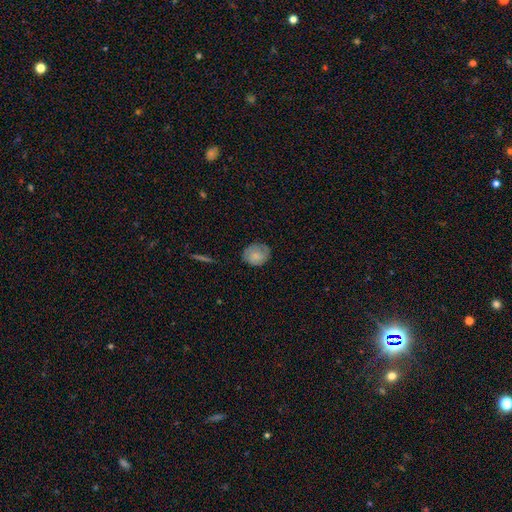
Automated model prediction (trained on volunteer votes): This appears to be a smooth galaxy with no disk features (74%) that is round (65%). Merging: none (70%).